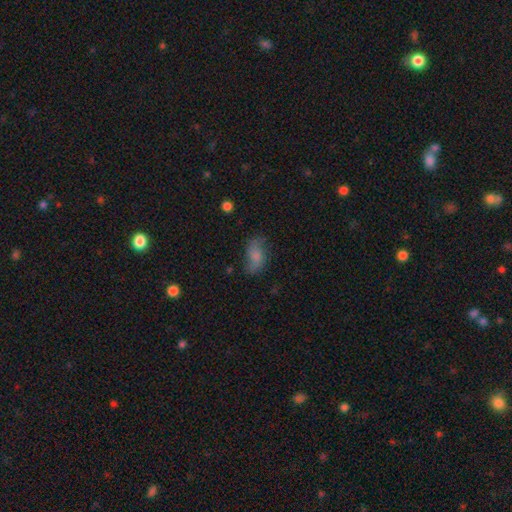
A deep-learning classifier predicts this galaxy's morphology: type=smooth (61%); roundness=in between (90%); merging=none (65%).